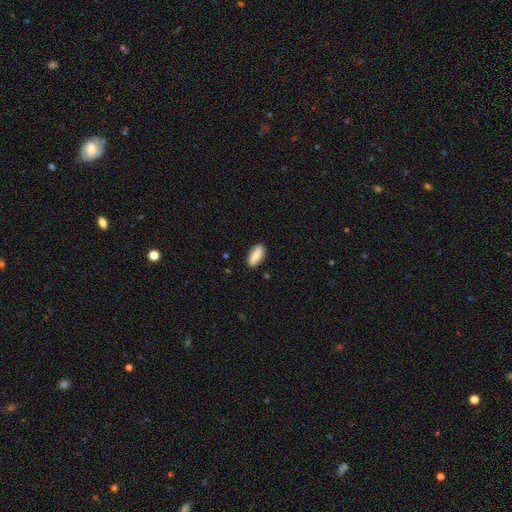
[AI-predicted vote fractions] Smooth or featured?
  - smooth: 87% *
  - featured or disk: 7%
  - star or artifact: 6%
How rounded?
  - in between: 77% *
  - cigar-shaped: 21%
  - round: 2%
Merging?
  - none: 85% *
  - minor disturbance: 11%
  - major disturbance: 2%
  - merger: 1%